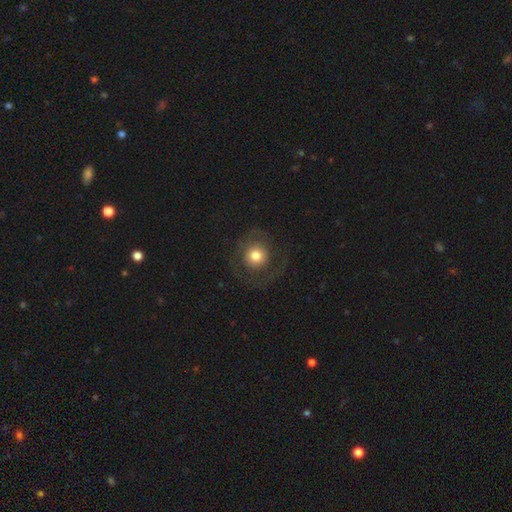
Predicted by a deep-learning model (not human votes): smooth_or_featured: smooth (p=0.62) [alt: featured or disk p=0.28]
how_rounded: round (p=0.91) [alt: in between p=0.08]
merging: none (p=0.66) [alt: major disturbance p=0.19]